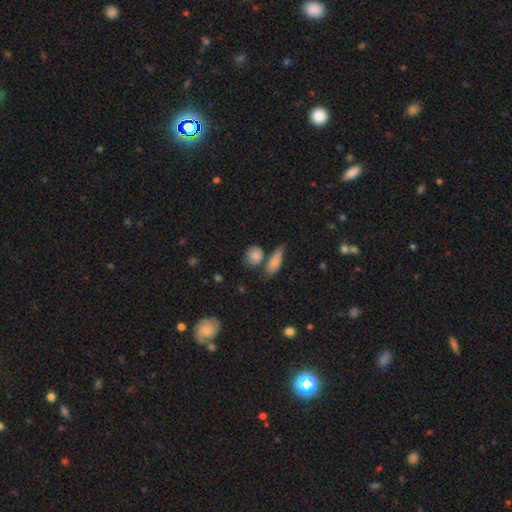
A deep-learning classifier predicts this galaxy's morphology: This is clearly a smooth galaxy (81%). How rounded: possibly round (56%). Merging: likely none (62%).